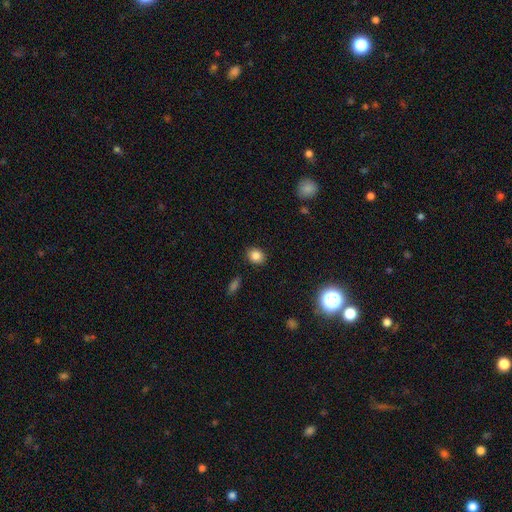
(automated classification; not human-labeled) Overall: smooth (83%). How rounded: round (62%; in between 37%). Merging: none (89%).